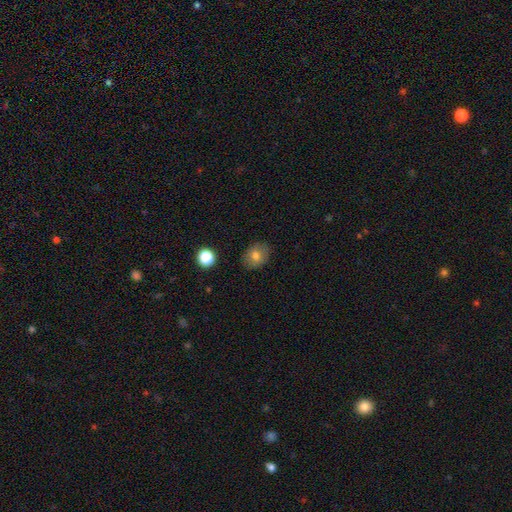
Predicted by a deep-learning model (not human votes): This is likely a smooth galaxy (75%). How rounded: possibly in between (55%). Merging: clearly none (83%).